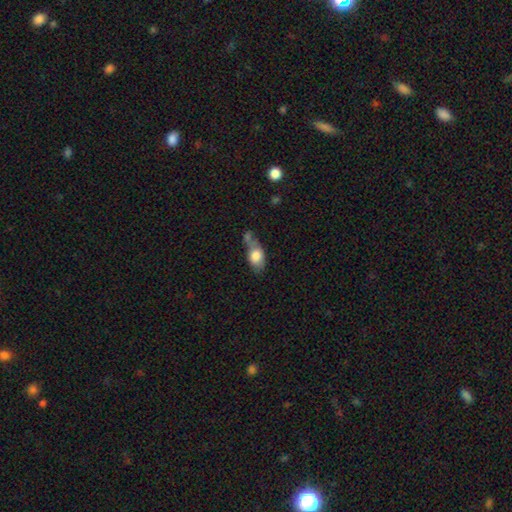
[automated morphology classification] A smooth galaxy with no disk features (75%) that is in between round and cigar-shaped (83%). Merging: merger (34%).